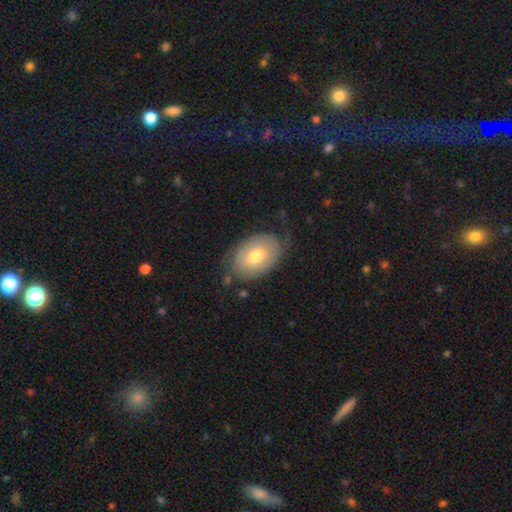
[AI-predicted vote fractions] This appears to be a smooth galaxy with no disk features (59%) that is in between round and cigar-shaped (86%). Merging: none (68%).